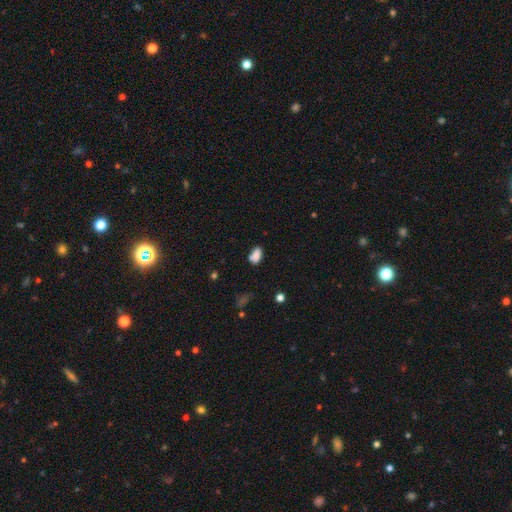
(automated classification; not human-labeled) This is clearly a smooth galaxy (81%). How rounded: clearly in between (89%). Merging: possibly none (56%).